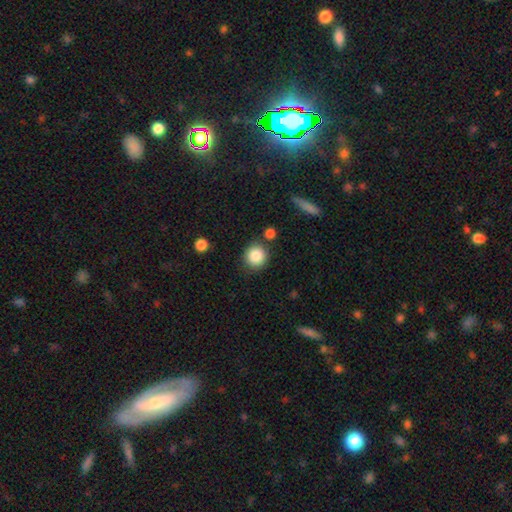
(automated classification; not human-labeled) Smooth or featured? smooth (86%)
How rounded? round (90%)
Merging? none (81%)